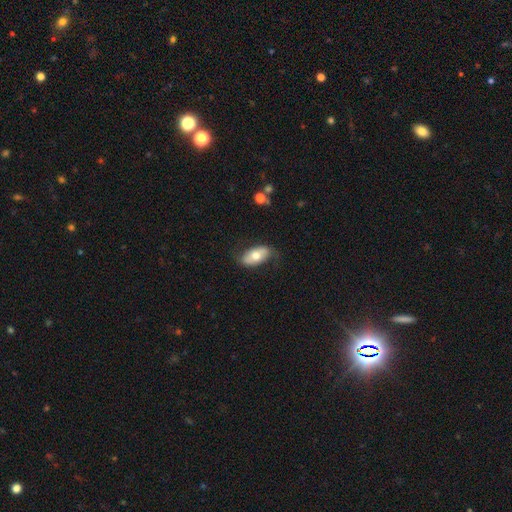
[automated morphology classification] smooth_or_featured: smooth (p=0.58) [alt: featured or disk p=0.36]
how_rounded: in between (p=0.91) [alt: cigar-shaped p=0.05]
merging: none (p=0.70) [alt: minor disturbance p=0.20]